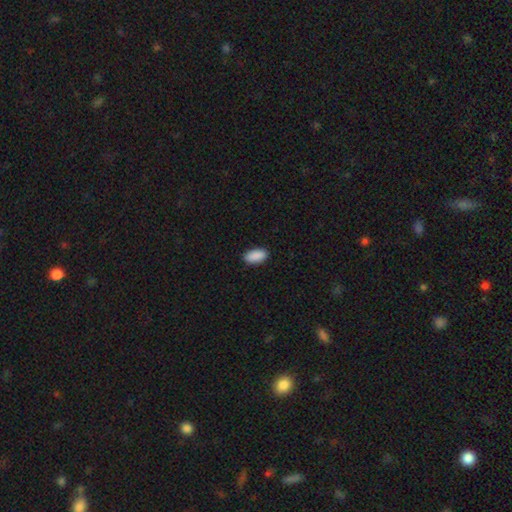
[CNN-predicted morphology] smooth-or-featured: smooth: 91% | star or artifact: 6% | featured or disk: 2%
  how-rounded: in between: 93% | cigar-shaped: 5% | round: 2%
  merging: none: 90% | minor disturbance: 7% | major disturbance: 2% | merger: 1%